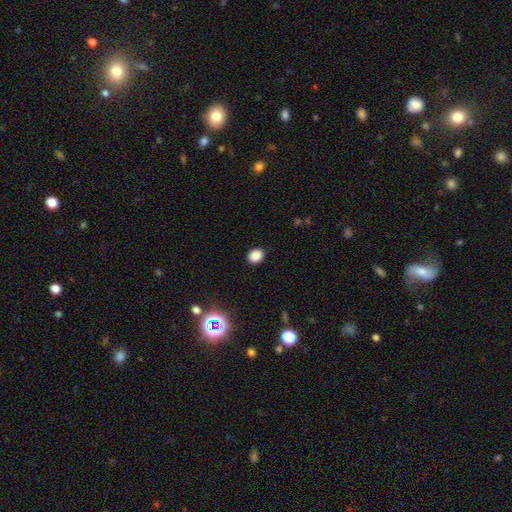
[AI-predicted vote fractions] Q: Smooth or featured?
A: smooth (86%); runner-up: star or artifact (11%)
Q: How rounded?
A: round (50%); runner-up: in between (49%)
Q: Merging?
A: none (89%); runner-up: minor disturbance (8%)